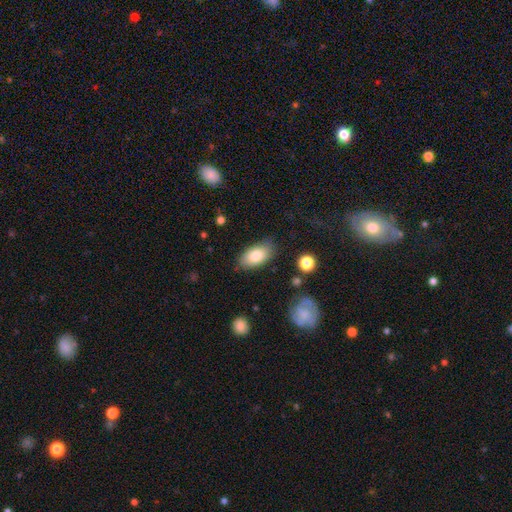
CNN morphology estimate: smooth 81%, featured or disk 12%, star or artifact 7%. Down the decision tree: how rounded — in between (93%); merging — none (79%).